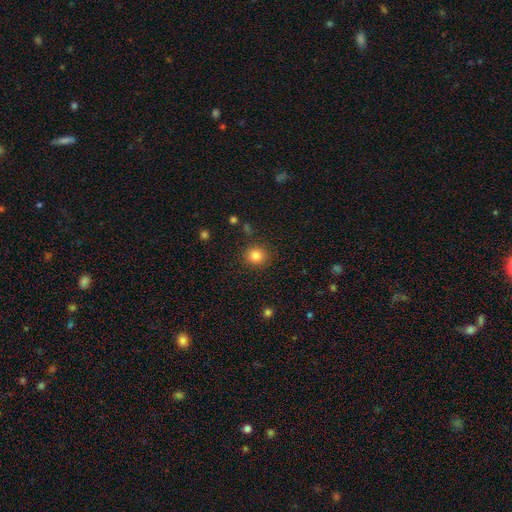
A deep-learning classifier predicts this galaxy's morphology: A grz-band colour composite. It shows a smooth galaxy with no disk features (84%) that is round (86%). Merging: none (88%).